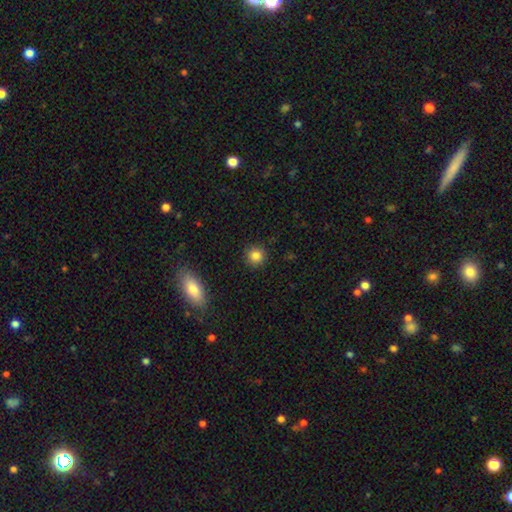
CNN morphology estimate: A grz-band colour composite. It shows a smooth galaxy with no disk features (83%) that is round (93%). Merging: none (90%).